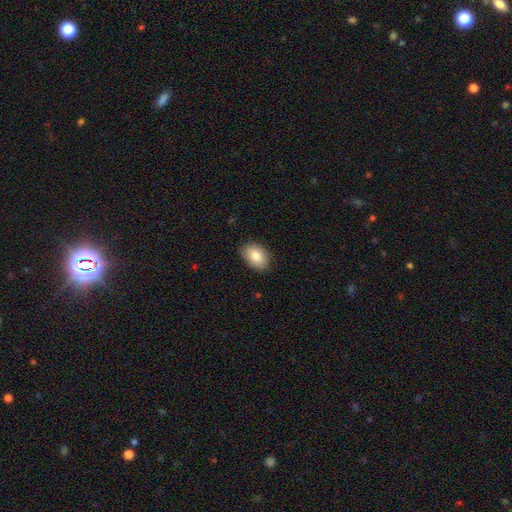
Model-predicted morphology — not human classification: Q: Smooth or featured?
A: smooth (83%); runner-up: featured or disk (10%)
Q: How rounded?
A: in between (83%); runner-up: round (16%)
Q: Merging?
A: none (86%); runner-up: minor disturbance (11%)